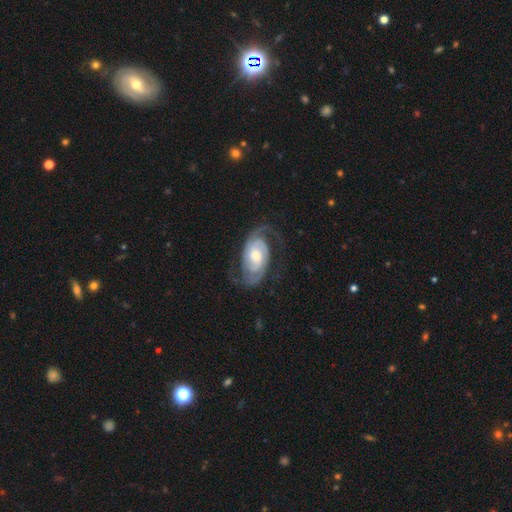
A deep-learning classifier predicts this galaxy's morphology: Q: Smooth or featured?
A: featured or disk (87%); runner-up: smooth (8%)
Q: Edge-on disk?
A: no (97%); runner-up: yes (3%)
Q: Bar?
A: no (56%); runner-up: weak (35%)
Q: Spiral arms?
A: yes (97%); runner-up: no (3%)
Q: Spiral winding?
A: medium (42%); runner-up: tight (41%)
Q: Spiral arm count?
A: 2 (81%); runner-up: can't tell (8%)
Q: Bulge size?
A: moderate (60%); runner-up: small (25%)
Q: Merging?
A: none (67%); runner-up: minor disturbance (17%)